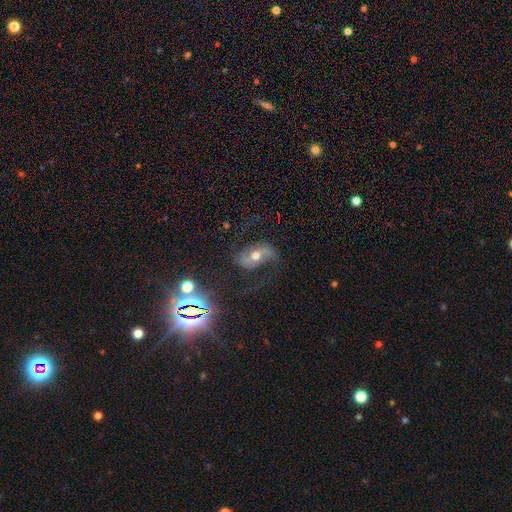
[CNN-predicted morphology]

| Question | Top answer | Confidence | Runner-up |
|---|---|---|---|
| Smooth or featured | featured or disk | 68% | star or artifact (16%) |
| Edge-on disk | no | 94% | yes (6%) |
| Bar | no | 38% | strong (32%) |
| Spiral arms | yes | 85% | no (15%) |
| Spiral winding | loose | 55% | medium (34%) |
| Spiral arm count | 2 | 87% | can't tell (5%) |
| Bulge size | moderate | 72% | small (20%) |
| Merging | none | 66% | minor disturbance (17%) |